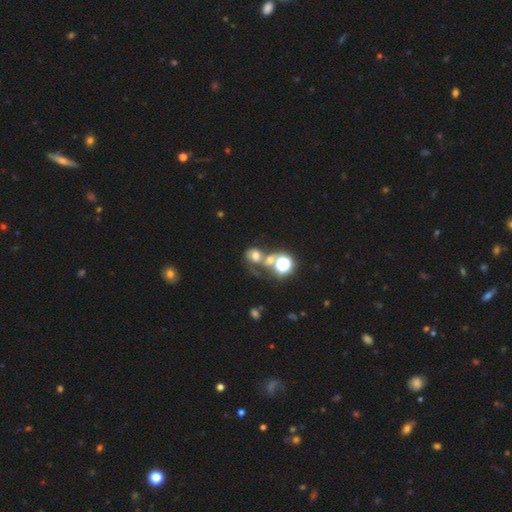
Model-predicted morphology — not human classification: Smooth or featured?
  - smooth: 56% *
  - star or artifact: 23%
  - featured or disk: 20%
How rounded?
  - round: 64% *
  - in between: 34%
  - cigar-shaped: 1%
Merging?
  - merger: 43% *
  - none: 31%
  - major disturbance: 14%
  - minor disturbance: 12%